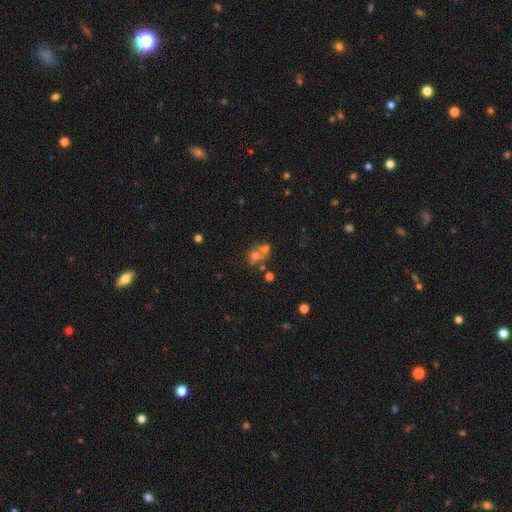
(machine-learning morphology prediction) A smooth galaxy with no disk features (55%) that is round (68%).

Vote fractions:
- Smooth or featured? smooth: 55% / featured or disk: 26% / star or artifact: 19%
- How rounded? round: 68% / in between: 30% / cigar-shaped: 1%
- Merging? merger: 49% / none: 34% / minor disturbance: 9% / major disturbance: 7%